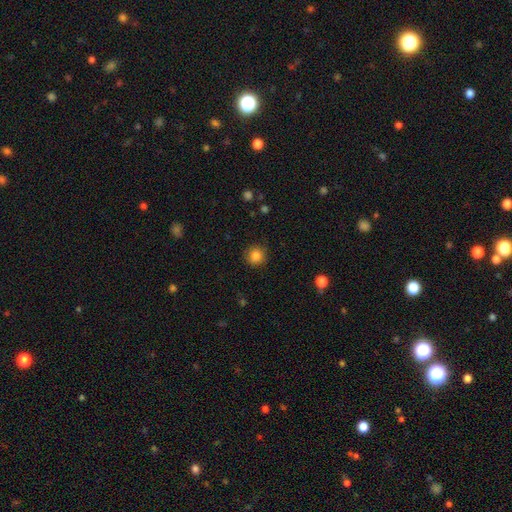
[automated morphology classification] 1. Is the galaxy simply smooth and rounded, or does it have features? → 84% smooth, 11% star or artifact, 5% featured or disk.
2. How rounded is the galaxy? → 93% round, 6% in between, 1% cigar-shaped.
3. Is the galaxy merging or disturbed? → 89% none, 7% minor disturbance, 2% major disturbance, 1% merger.